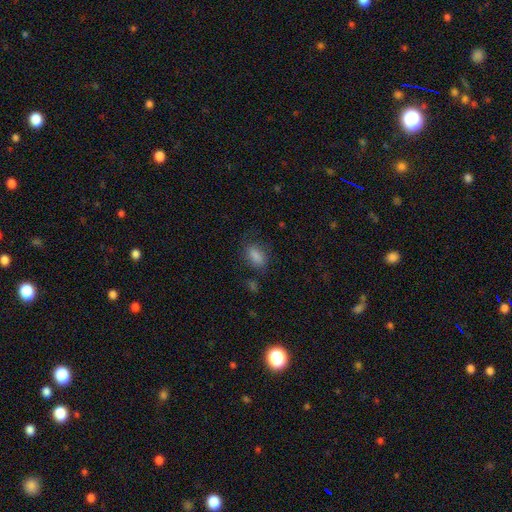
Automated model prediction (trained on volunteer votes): Smooth or featured? Predicted: smooth (p=0.77). How rounded? Predicted: in between (p=0.83). Merging? Predicted: none (p=0.72).